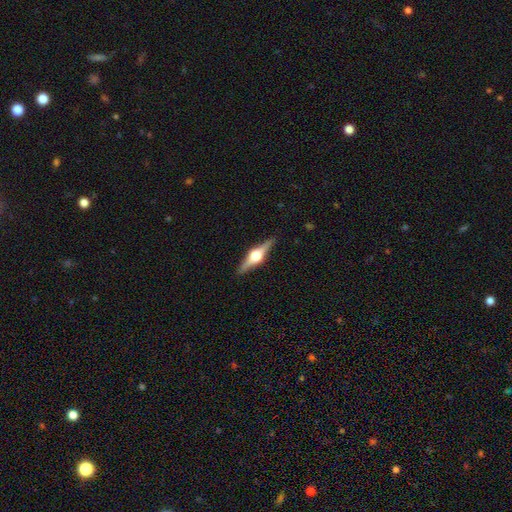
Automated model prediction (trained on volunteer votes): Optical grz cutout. It shows a featured or disk galaxy (81%) viewed edge-on (98%) with a rounded central bulge (95%). Merging: none (91%).